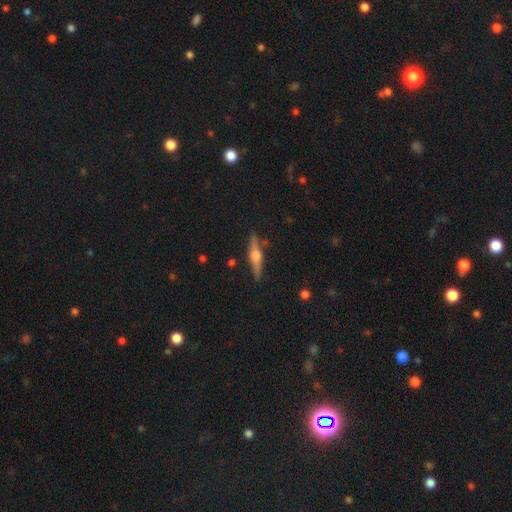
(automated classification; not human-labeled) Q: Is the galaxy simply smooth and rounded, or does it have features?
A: featured or disk — 71%.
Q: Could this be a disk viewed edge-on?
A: yes — 97%.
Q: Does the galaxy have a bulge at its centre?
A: rounded — 91%.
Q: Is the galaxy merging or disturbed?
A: none — 87%.